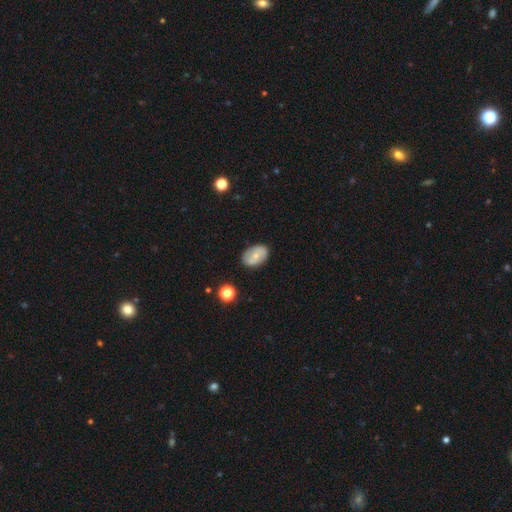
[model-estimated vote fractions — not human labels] smooth 55%, featured or disk 37%, star or artifact 8%. Down the decision tree: how rounded — in between (84%); merging — none (80%).